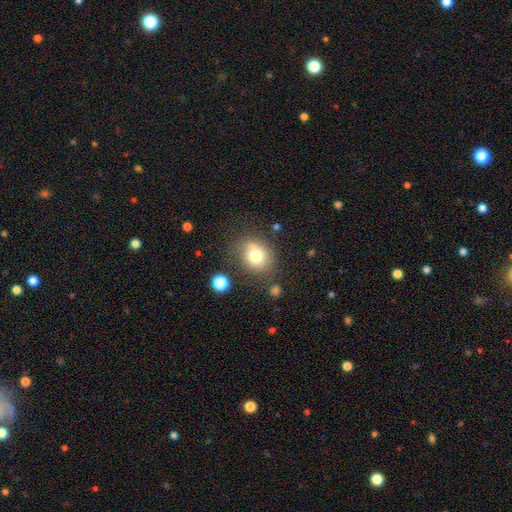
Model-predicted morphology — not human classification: type=smooth (74%); roundness=round (64%); merging=none (68%).